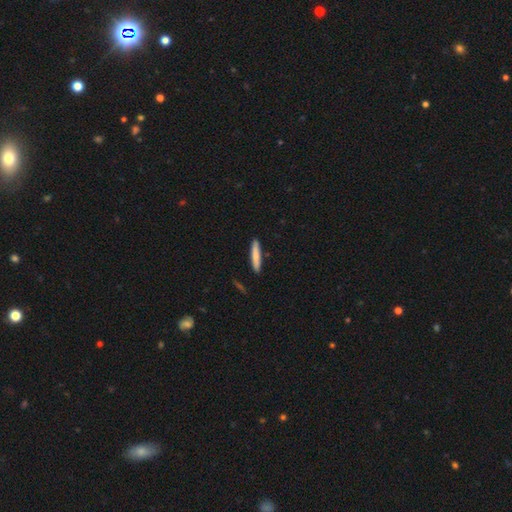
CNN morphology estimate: smooth-or-featured: smooth: 77% | featured or disk: 17% | star or artifact: 6%
  how-rounded: cigar-shaped: 93% | in between: 6% | round: 1%
  merging: none: 90% | minor disturbance: 7% | merger: 2% | major disturbance: 1%